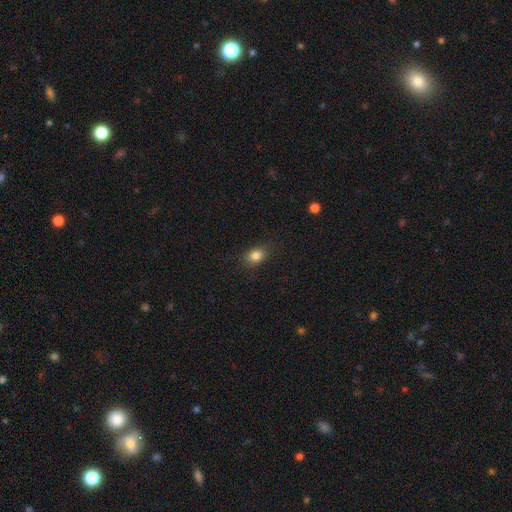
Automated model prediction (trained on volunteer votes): smooth_or_featured: smooth (p=0.83) [alt: star or artifact p=0.10]
how_rounded: in between (p=0.68) [alt: round p=0.31]
merging: none (p=0.85) [alt: minor disturbance p=0.11]